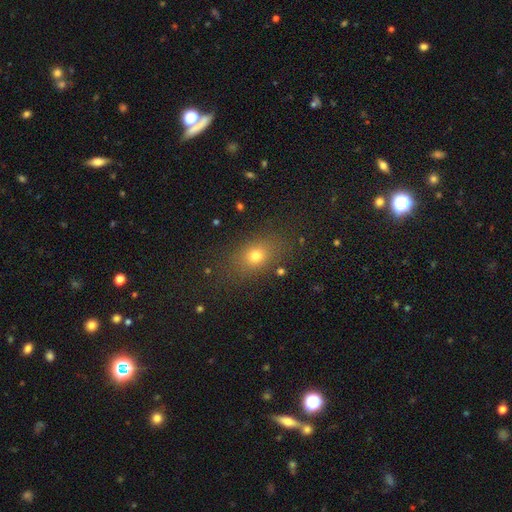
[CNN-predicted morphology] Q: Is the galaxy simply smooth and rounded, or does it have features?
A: smooth — 73%.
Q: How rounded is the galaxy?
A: in between — 60%.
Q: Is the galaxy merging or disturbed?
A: none — 80%.